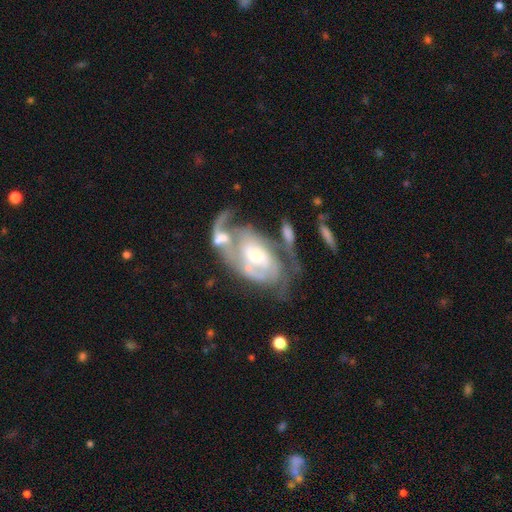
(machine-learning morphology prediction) Smooth or featured? featured or disk (79%)
Edge-on disk? no (95%)
Bar? no (49%)
Spiral arms? yes (80%)
Spiral winding? tight (43%)
Spiral arm count? 2 (38%)
Bulge size? moderate (58%)
Merging? merger (41%)